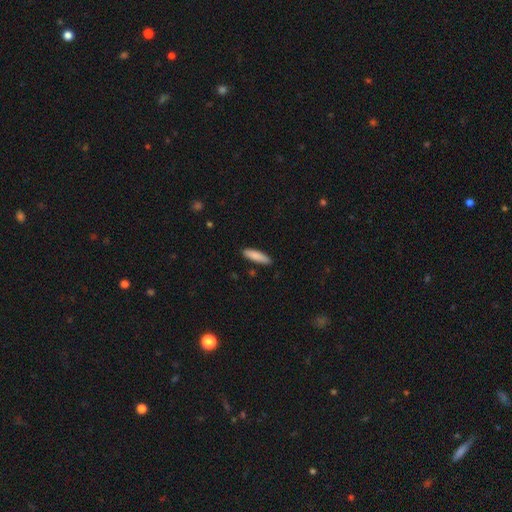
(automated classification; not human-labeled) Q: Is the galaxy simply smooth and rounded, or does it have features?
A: smooth — 86%.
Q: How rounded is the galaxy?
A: cigar-shaped — 70%.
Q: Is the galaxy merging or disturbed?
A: none — 88%.